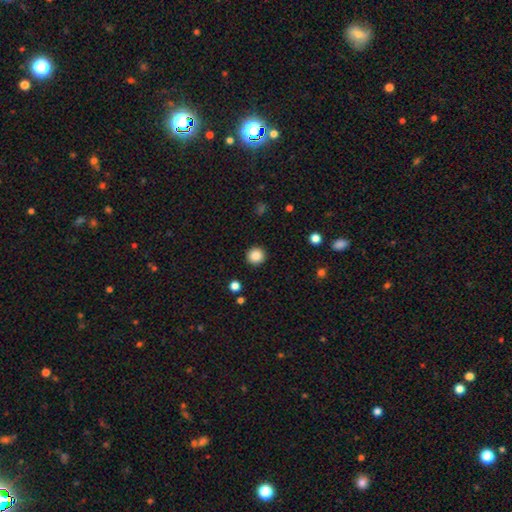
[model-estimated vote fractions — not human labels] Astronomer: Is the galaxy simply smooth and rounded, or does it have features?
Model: smooth — 87%.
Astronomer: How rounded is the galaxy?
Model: round — 94%.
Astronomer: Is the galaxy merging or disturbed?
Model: none — 92%.